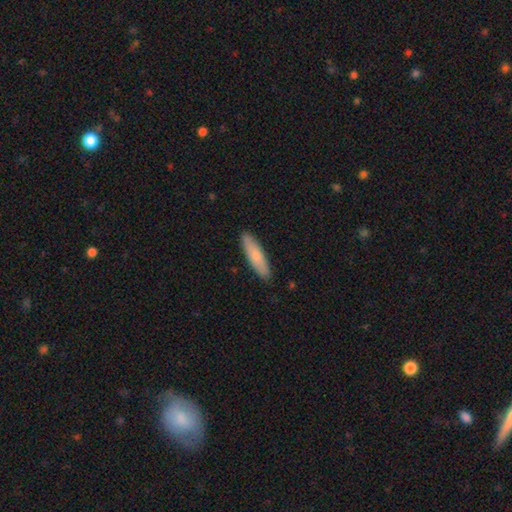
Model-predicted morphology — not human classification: type=smooth (79%); roundness=cigar-shaped (69%); merging=none (89%).